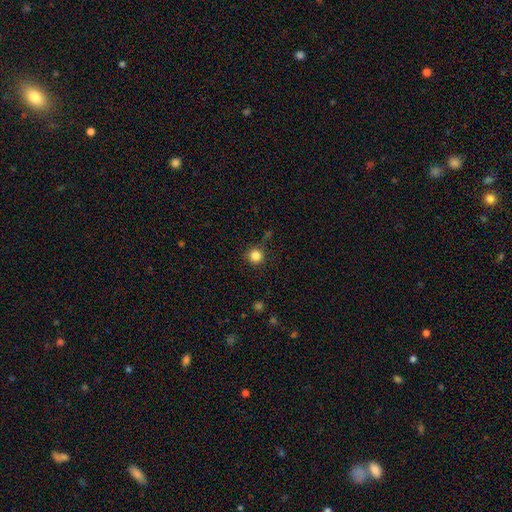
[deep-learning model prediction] smooth_or_featured: smooth (p=0.84) [alt: star or artifact p=0.12]
how_rounded: round (p=0.95) [alt: in between p=0.04]
merging: none (p=0.87) [alt: minor disturbance p=0.08]